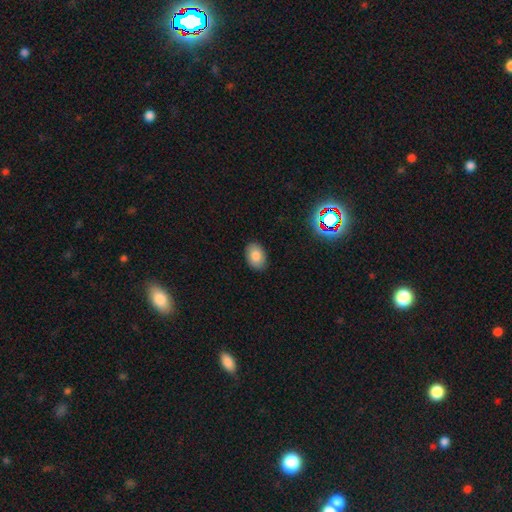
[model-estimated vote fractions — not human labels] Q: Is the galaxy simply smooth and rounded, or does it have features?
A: smooth — 82%.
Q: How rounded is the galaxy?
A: in between — 85%.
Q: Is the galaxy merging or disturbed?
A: none — 87%.